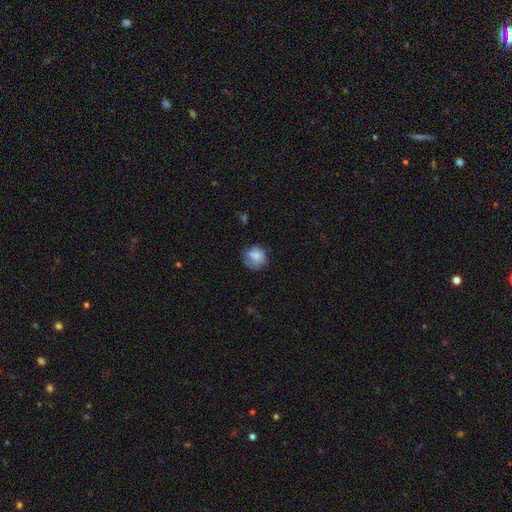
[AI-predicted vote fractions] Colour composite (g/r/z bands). It shows a smooth galaxy with no disk features (75%) that is round (80%). Merging: none (56%).